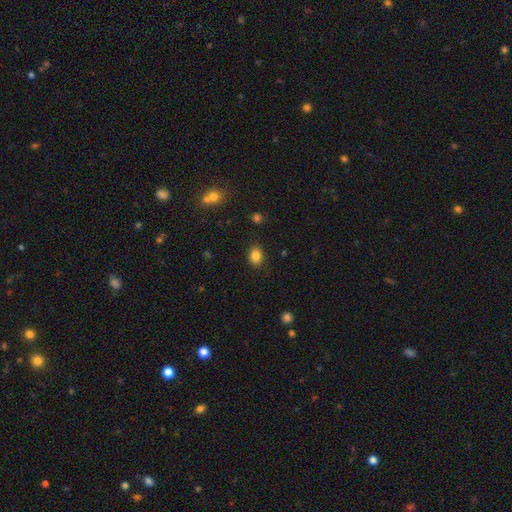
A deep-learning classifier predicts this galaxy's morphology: Overall: smooth (84%). How rounded: in between (60%; round 39%). Merging: none (86%).